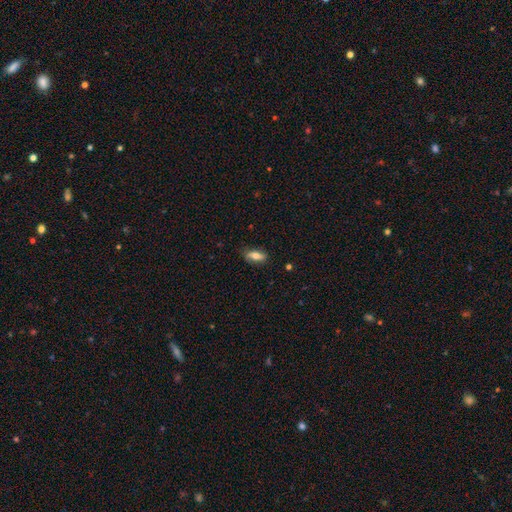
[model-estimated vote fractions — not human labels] Smooth or featured? Predicted: smooth (p=0.67). How rounded? Predicted: in between (p=0.78). Merging? Predicted: none (p=0.79).